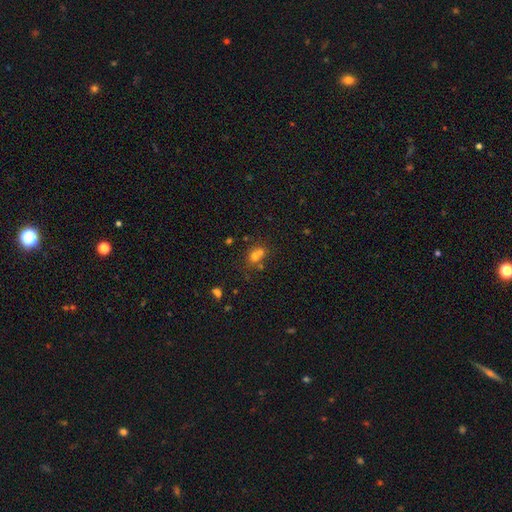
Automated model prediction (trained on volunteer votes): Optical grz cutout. It shows a smooth galaxy with no disk features (62%) that is round (65%). Merging: merger (51%).